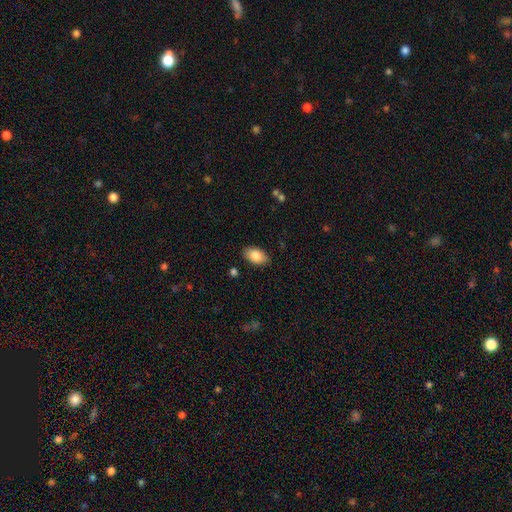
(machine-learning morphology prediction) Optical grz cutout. It shows a smooth galaxy with no disk features (84%) that is in between round and cigar-shaped (92%). Merging: none (86%).